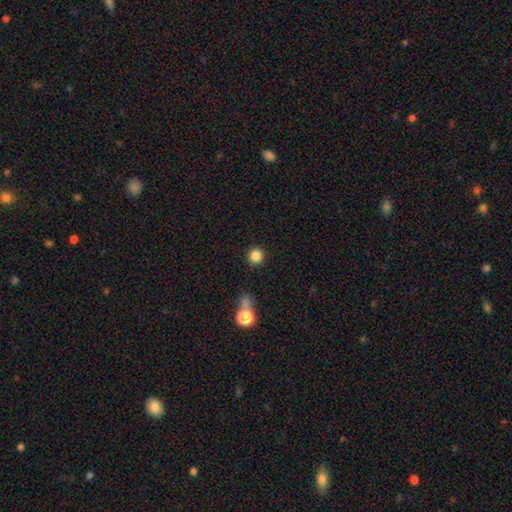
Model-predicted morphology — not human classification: Overall: smooth (85%). How rounded: round (95%). Merging: none (89%).